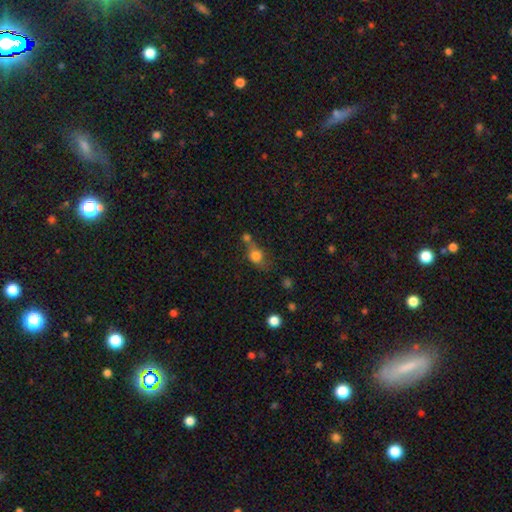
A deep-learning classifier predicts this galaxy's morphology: type=smooth (76%); roundness=round (54%); merging=none (40%).